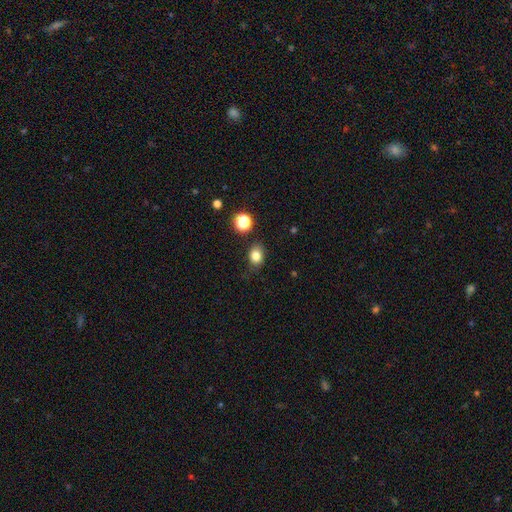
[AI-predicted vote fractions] smooth-or-featured: smooth: 81% | star or artifact: 13% | featured or disk: 7%
  how-rounded: in between: 54% | round: 45% | cigar-shaped: 1%
  merging: none: 76% | minor disturbance: 16% | major disturbance: 5% | merger: 3%